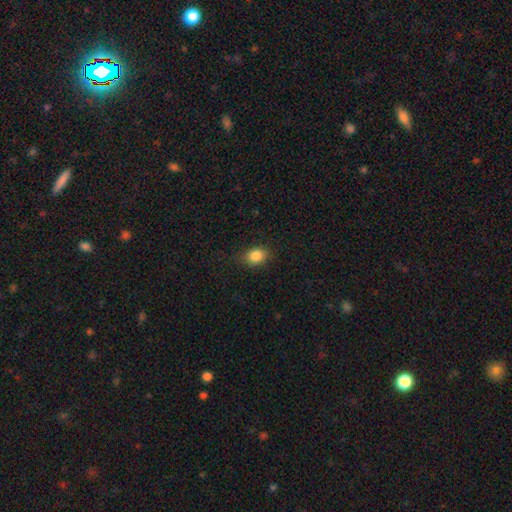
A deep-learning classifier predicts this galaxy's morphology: smooth 85%, star or artifact 10%, featured or disk 5%. Down the decision tree: how rounded — in between (62%); merging — none (82%).